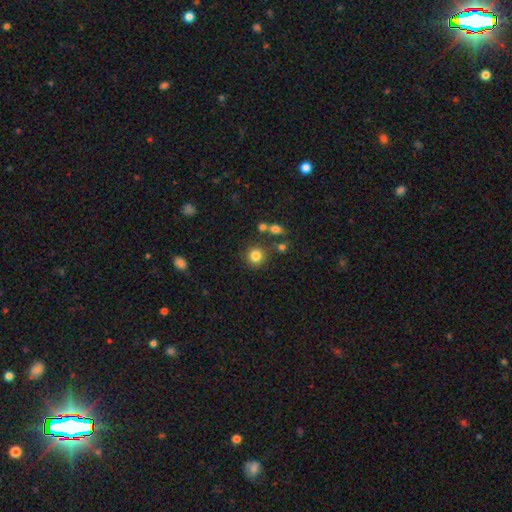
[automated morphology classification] This appears to be a smooth galaxy with no disk features (82%) that is round (92%). Merging: none (81%).